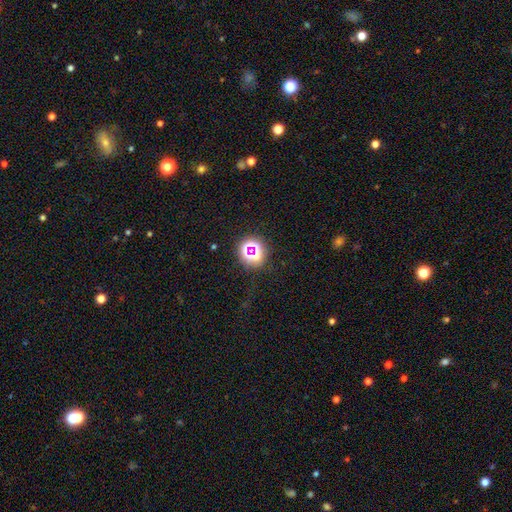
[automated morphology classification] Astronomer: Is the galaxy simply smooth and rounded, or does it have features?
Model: star or artifact — 62%.